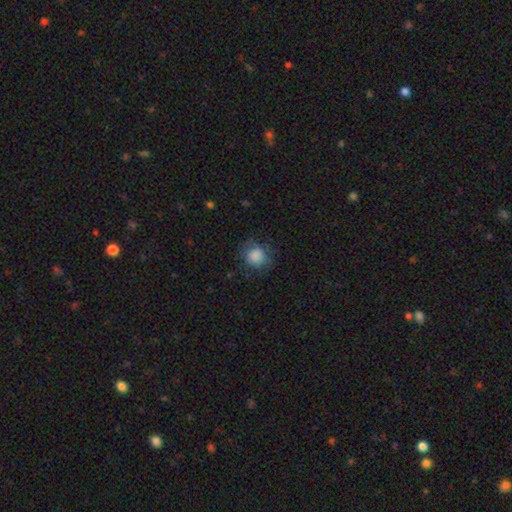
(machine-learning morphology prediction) Overall: smooth (85%). How rounded: round (85%). Merging: none (73%).